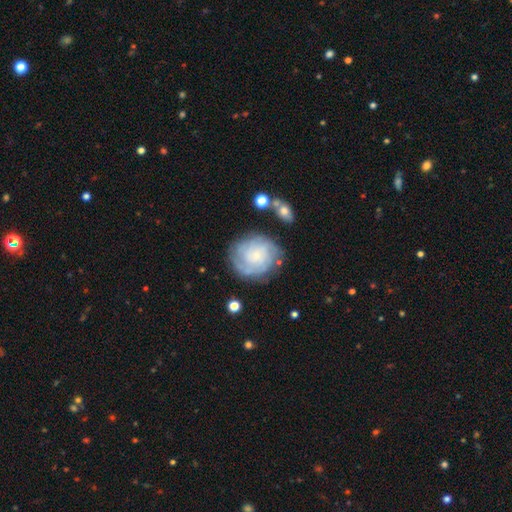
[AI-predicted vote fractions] Smooth or featured: featured or disk — 66% (smooth — 27%)
Edge-on disk: no — 98% (yes — 2%)
Bar: no — 79% (weak — 18%)
Spiral arms: yes — 87% (no — 13%)
Spiral winding: tight — 67% (medium — 24%)
Spiral arm count: can't tell — 46% (3 — 17%)
Bulge size: small — 78% (moderate — 13%)
Merging: none — 71% (minor disturbance — 18%)